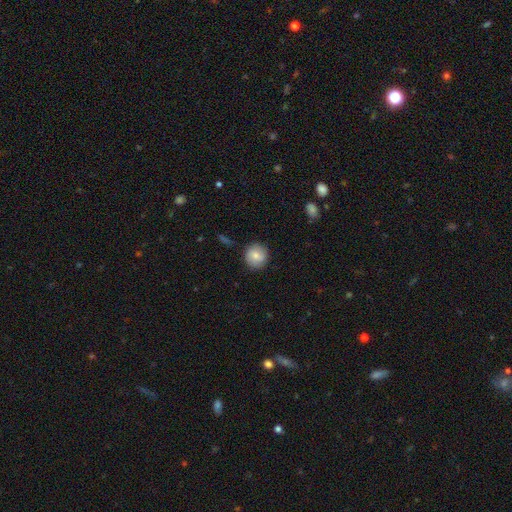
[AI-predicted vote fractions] This is likely a smooth galaxy (78%). How rounded: clearly round (93%). Merging: clearly none (87%).